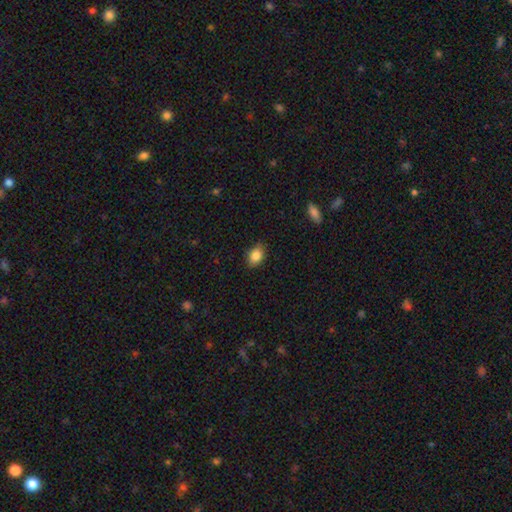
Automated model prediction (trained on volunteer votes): A smooth galaxy with no disk features (85%) that is in between round and cigar-shaped (79%). Merging: none (84%).